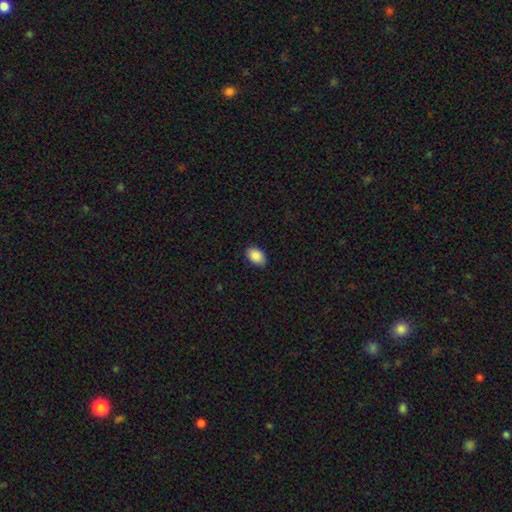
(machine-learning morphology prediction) The model was most divided on "merging": none: 86%, minor disturbance: 11%, major disturbance: 2%, merger: 1%. More confident: smooth or featured — smooth (90%); how rounded — in between (87%).